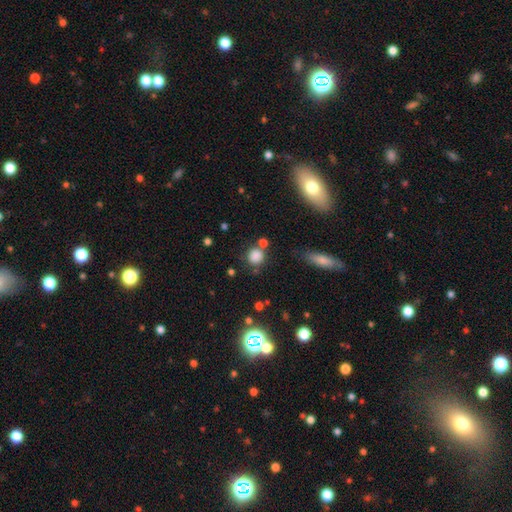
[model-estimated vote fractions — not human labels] Morphology: type=smooth (82%); roundness=round (87%); merging=none (71%).